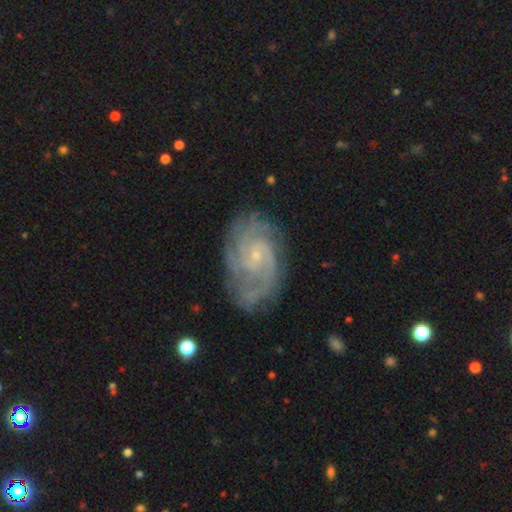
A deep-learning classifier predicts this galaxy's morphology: Smooth or featured: featured or disk — 90% (star or artifact — 5%)
Edge-on disk: no — 97% (yes — 3%)
Bar: no — 67% (weak — 27%)
Spiral arms: yes — 98% (no — 2%)
Spiral winding: tight — 63% (medium — 32%)
Spiral arm count: 2 — 31% (3 — 23%)
Bulge size: small — 84% (moderate — 11%)
Merging: none — 74% (minor disturbance — 18%)